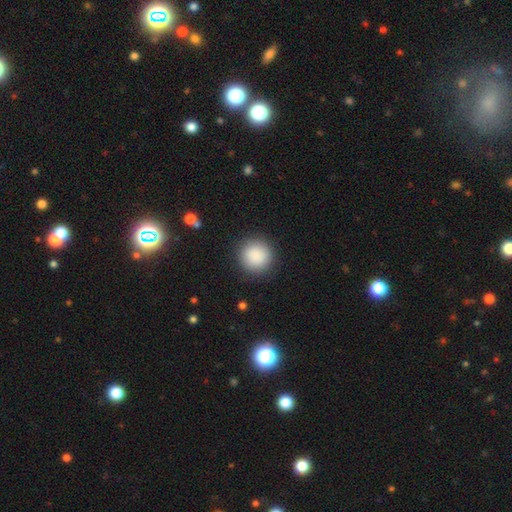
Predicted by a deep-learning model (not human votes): Smooth or featured?
  - smooth: 88% *
  - star or artifact: 8%
  - featured or disk: 4%
How rounded?
  - round: 94% *
  - in between: 5%
  - cigar-shaped: 1%
Merging?
  - none: 89% *
  - minor disturbance: 7%
  - major disturbance: 3%
  - merger: 1%